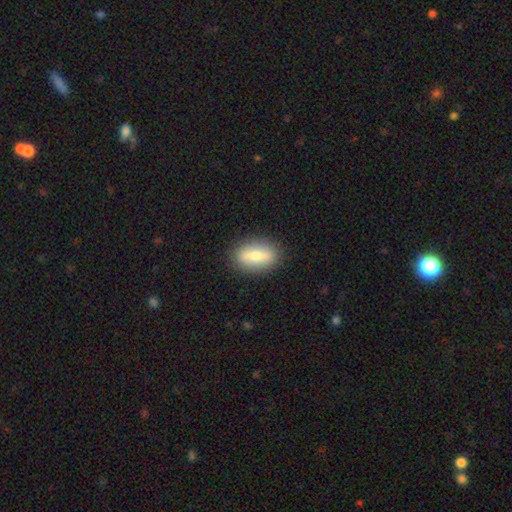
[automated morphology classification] The model was most divided on "smooth or featured": smooth: 62%, featured or disk: 31%, star or artifact: 8%. More confident: merging — none (86%); how rounded — in between (80%).